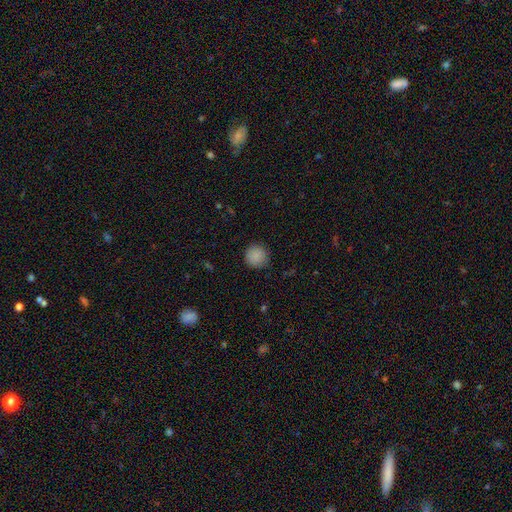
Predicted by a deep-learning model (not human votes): Smooth or featured?
  - smooth: 87% *
  - star or artifact: 9%
  - featured or disk: 3%
How rounded?
  - round: 93% *
  - in between: 6%
  - cigar-shaped: 1%
Merging?
  - none: 86% *
  - minor disturbance: 10%
  - major disturbance: 3%
  - merger: 1%